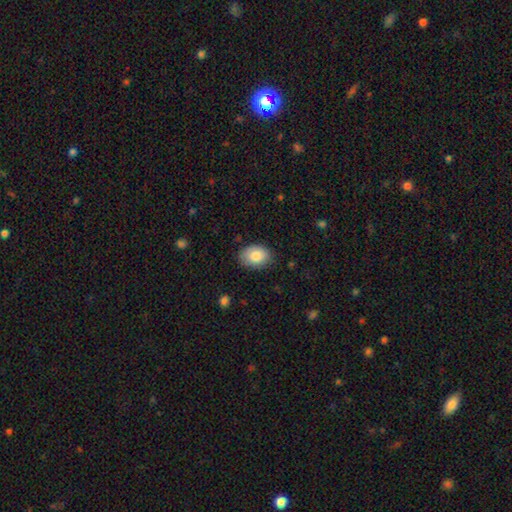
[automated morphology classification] Smooth or featured? smooth (85%)
How rounded? in between (80%)
Merging? none (79%)